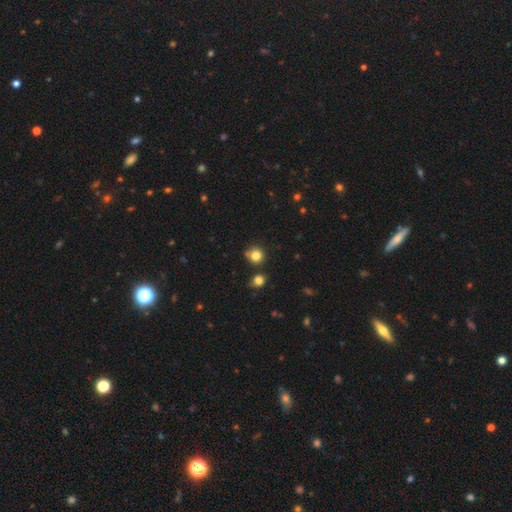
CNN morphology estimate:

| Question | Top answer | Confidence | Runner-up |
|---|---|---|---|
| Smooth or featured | smooth | 81% | star or artifact (12%) |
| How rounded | round | 90% | in between (9%) |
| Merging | none | 74% | minor disturbance (13%) |